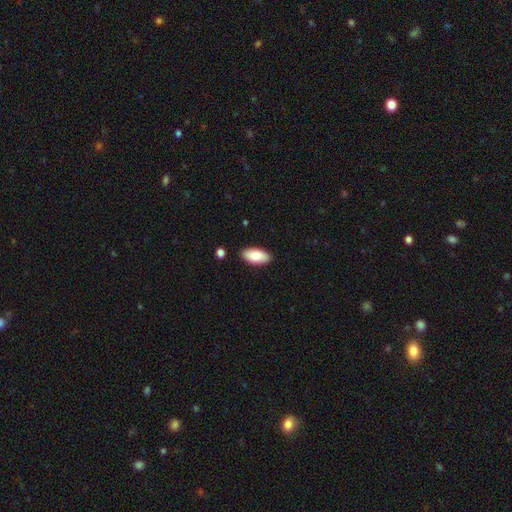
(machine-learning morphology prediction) A smooth galaxy with no disk features (84%) that is in between round and cigar-shaped (91%). Merging: none (88%).